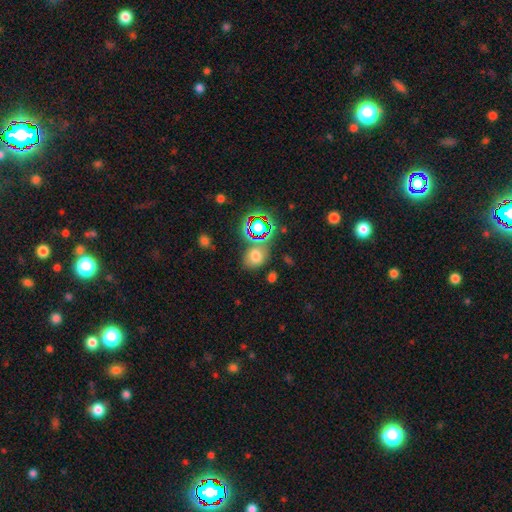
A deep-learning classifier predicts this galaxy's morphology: type=smooth (65%); roundness=in between (52%); merging=none (65%).